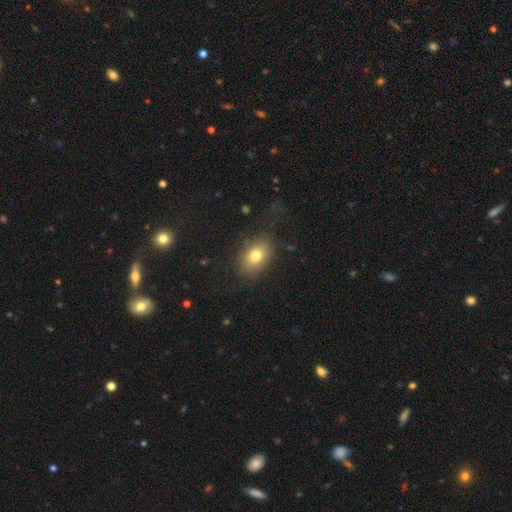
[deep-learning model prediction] Smooth or featured? smooth (77%)
How rounded? in between (78%)
Merging? none (80%)